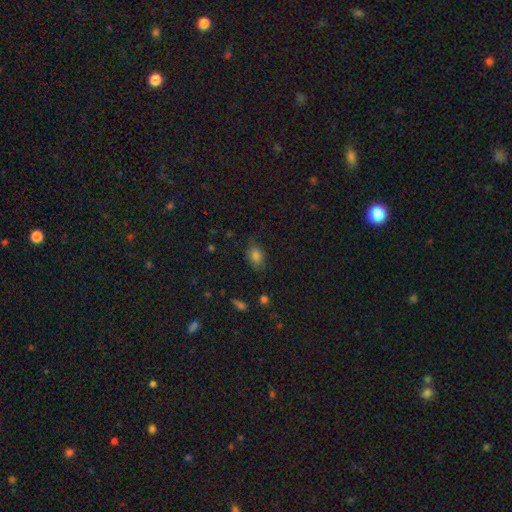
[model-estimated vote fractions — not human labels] Smooth or featured?
  - smooth: 81% *
  - star or artifact: 12%
  - featured or disk: 7%
How rounded?
  - in between: 73% *
  - round: 25%
  - cigar-shaped: 2%
Merging?
  - none: 72% *
  - minor disturbance: 22%
  - major disturbance: 5%
  - merger: 2%